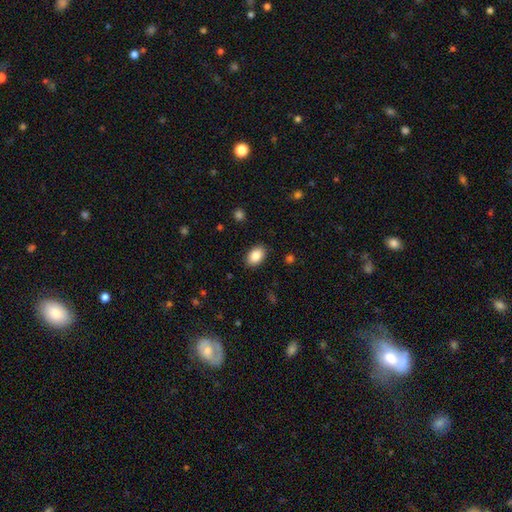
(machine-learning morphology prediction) smooth_or_featured: smooth (p=0.87) [alt: star or artifact p=0.07]
how_rounded: in between (p=0.87) [alt: round p=0.12]
merging: none (p=0.88) [alt: minor disturbance p=0.09]